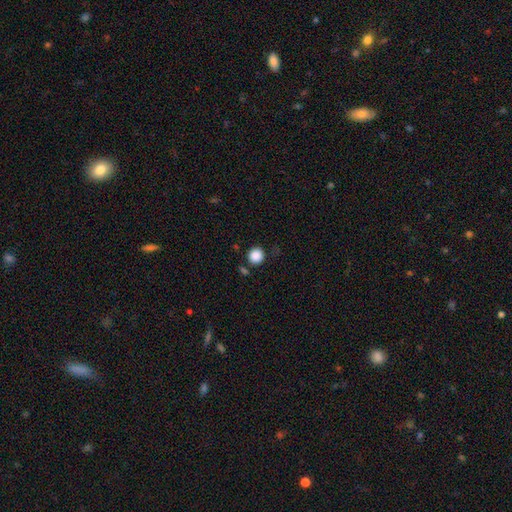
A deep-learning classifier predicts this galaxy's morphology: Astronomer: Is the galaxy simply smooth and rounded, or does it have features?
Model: smooth — 87%.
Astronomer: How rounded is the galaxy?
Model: round — 94%.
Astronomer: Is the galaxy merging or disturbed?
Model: none — 84%.